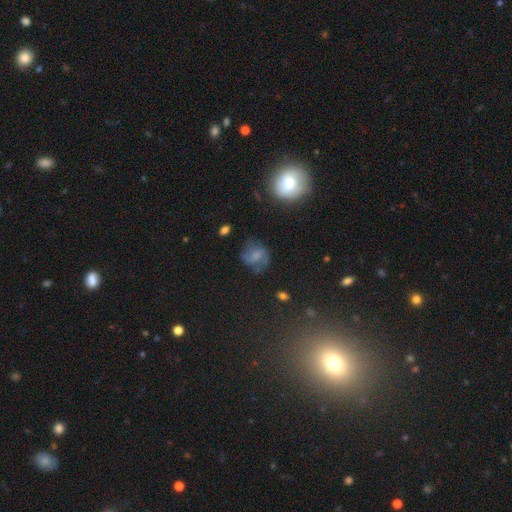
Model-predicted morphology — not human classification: This is possibly a smooth galaxy (48%). Merging: possibly none (58%).